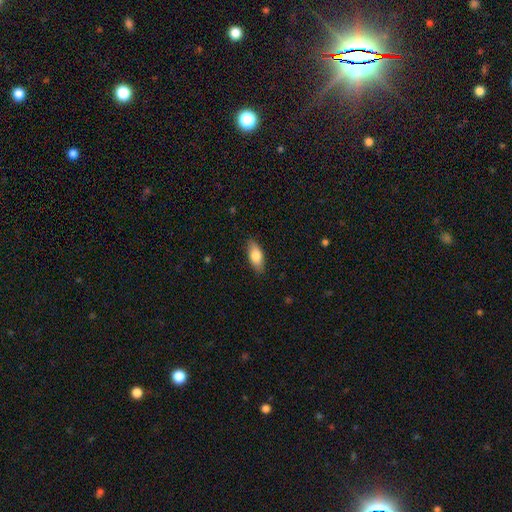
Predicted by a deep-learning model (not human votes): Overall: smooth (80%). How rounded: in between (86%). Merging: none (85%).